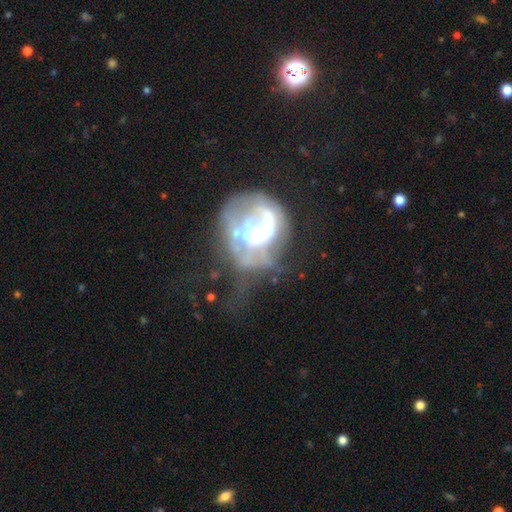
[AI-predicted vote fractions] The model was most divided on "bulge size": moderate: 37%, small: 22%, none: 21%, large: 16%, dominant: 4%. Remaining: edge-on disk — no (97%); bar — no (73%); spiral arms — no (68%); smooth or featured — featured or disk (66%); merging — major disturbance (45%).